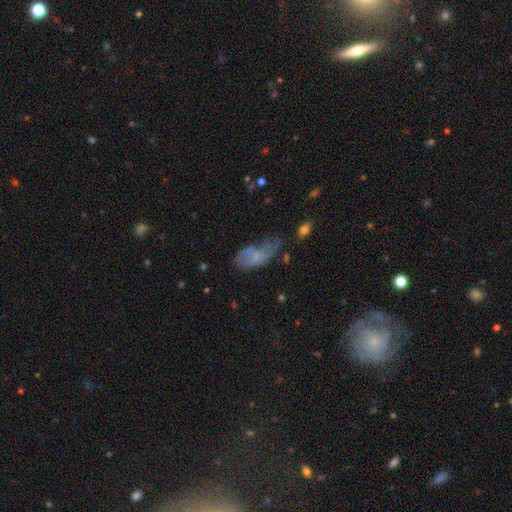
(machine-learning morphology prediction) Smooth or featured: smooth — 57% (featured or disk — 33%)
How rounded: in between — 88% (cigar-shaped — 9%)
Merging: minor disturbance — 34% (none — 31%)